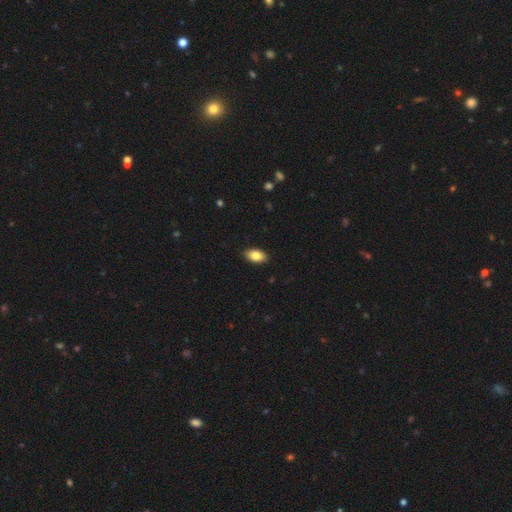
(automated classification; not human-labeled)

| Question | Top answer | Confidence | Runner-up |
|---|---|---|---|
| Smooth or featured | smooth | 83% | featured or disk (10%) |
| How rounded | in between | 93% | round (4%) |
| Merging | none | 90% | minor disturbance (7%) |